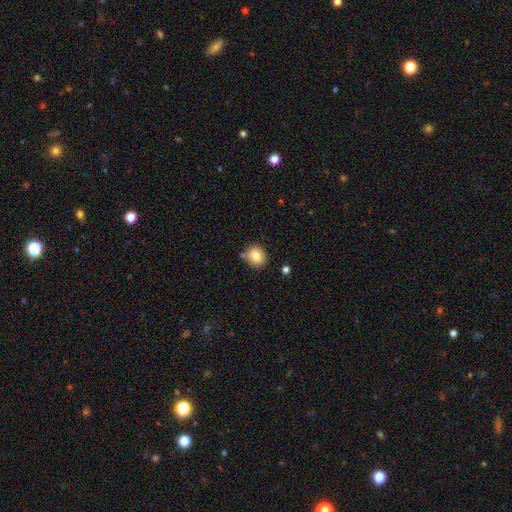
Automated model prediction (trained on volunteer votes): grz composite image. It shows a smooth galaxy with no disk features (82%) that is round (72%). Merging: none (80%).